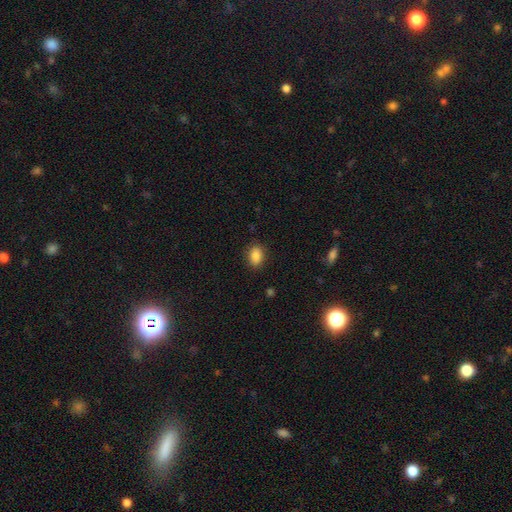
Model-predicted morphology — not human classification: type=smooth (87%); roundness=in between (82%); merging=none (86%).